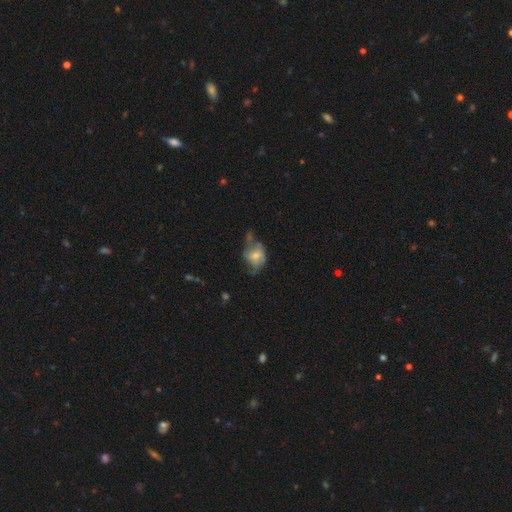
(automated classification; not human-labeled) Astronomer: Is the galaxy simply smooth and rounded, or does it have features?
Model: smooth — 46% (runner-up: featured or disk, 45%).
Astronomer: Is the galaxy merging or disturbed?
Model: none — 33% (runner-up: minor disturbance, 30%).